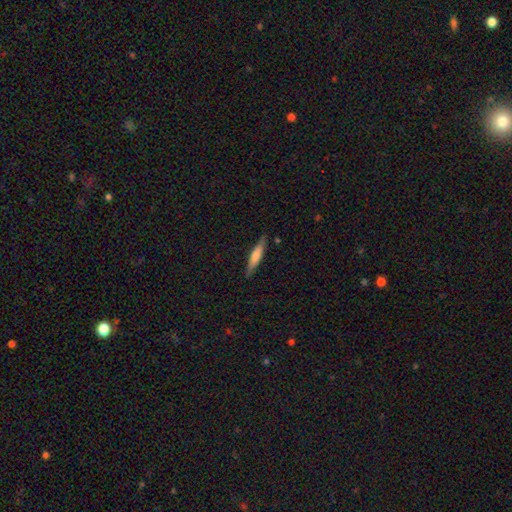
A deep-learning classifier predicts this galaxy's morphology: type=smooth (58%); roundness=cigar-shaped (87%); merging=none (86%).